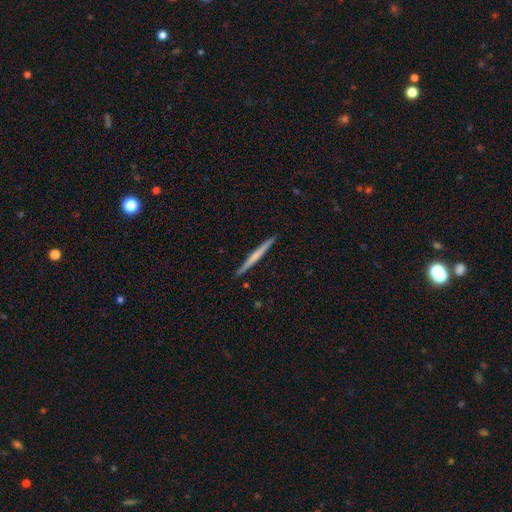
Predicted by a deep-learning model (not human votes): Smooth or featured? featured or disk (50%)
Merging? none (93%)